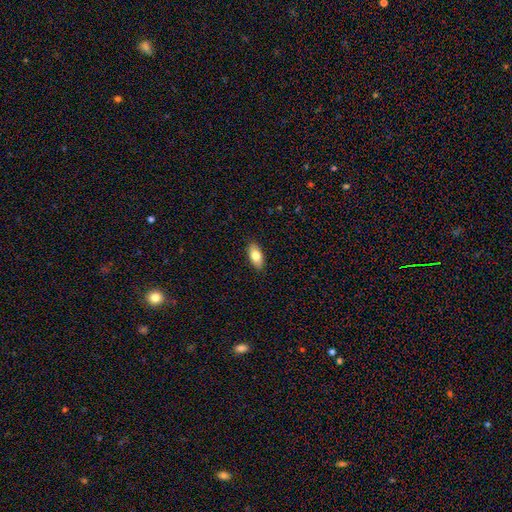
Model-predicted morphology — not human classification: Q: Smooth or featured?
A: smooth (80%); runner-up: featured or disk (14%)
Q: How rounded?
A: in between (89%); runner-up: cigar-shaped (8%)
Q: Merging?
A: none (89%); runner-up: minor disturbance (8%)